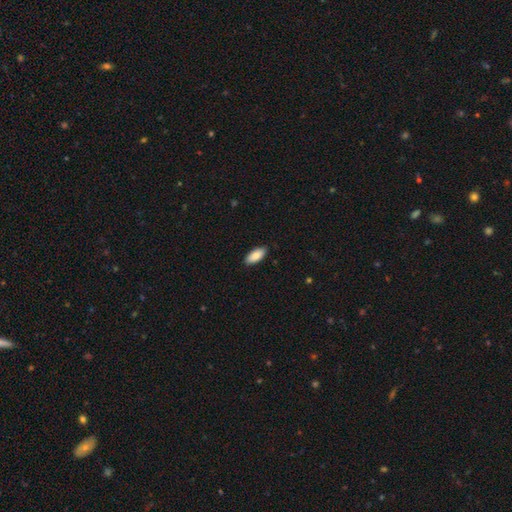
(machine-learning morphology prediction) A smooth galaxy with no disk features (87%) that is in between round and cigar-shaped (87%). Merging: none (89%).